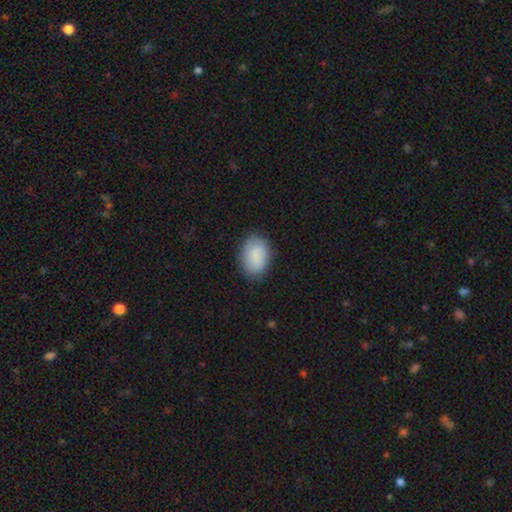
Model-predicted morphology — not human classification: Smooth or featured? smooth (88%)
How rounded? in between (83%)
Merging? none (81%)